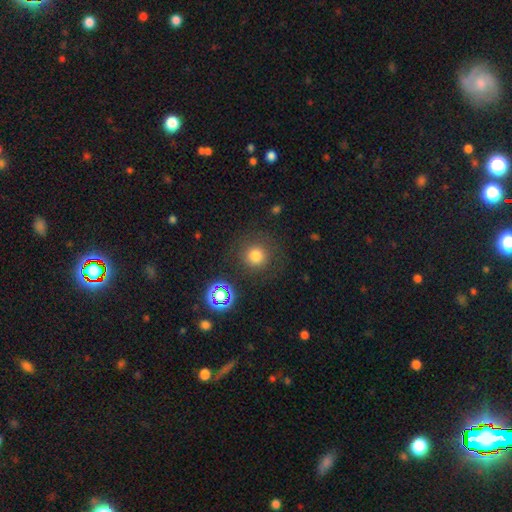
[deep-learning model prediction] The model was most divided on "smooth or featured": smooth: 74%, star or artifact: 17%, featured or disk: 9%. More confident: how rounded — round (94%); merging — none (82%).